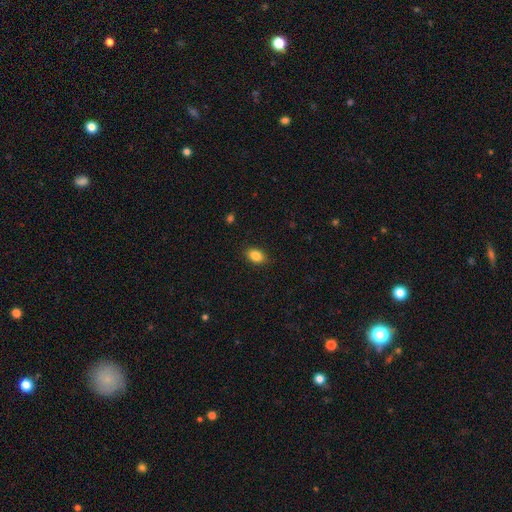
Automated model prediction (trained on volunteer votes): This is clearly a smooth galaxy (86%). How rounded: clearly in between (84%). Merging: clearly none (88%).